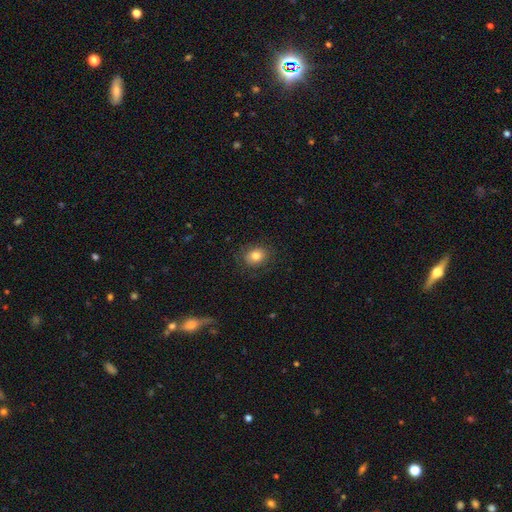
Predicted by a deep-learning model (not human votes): Smooth or featured: smooth — 80% (featured or disk — 10%)
How rounded: round — 55% (in between — 44%)
Merging: none — 83% (minor disturbance — 12%)